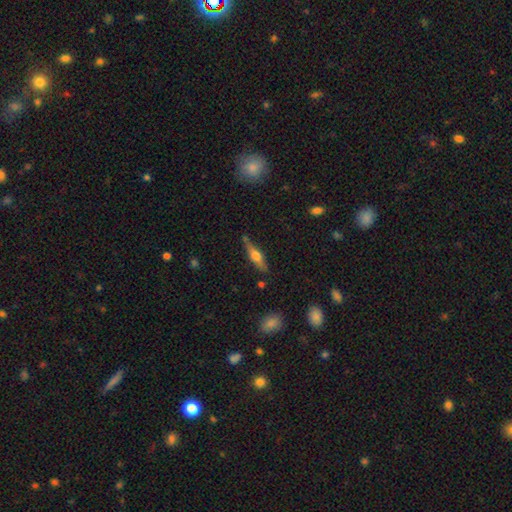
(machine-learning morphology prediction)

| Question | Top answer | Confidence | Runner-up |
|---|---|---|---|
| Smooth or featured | featured or disk | 62% | smooth (31%) |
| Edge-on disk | yes | 95% | no (5%) |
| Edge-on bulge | rounded | 91% | boxy (7%) |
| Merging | none | 80% | minor disturbance (13%) |